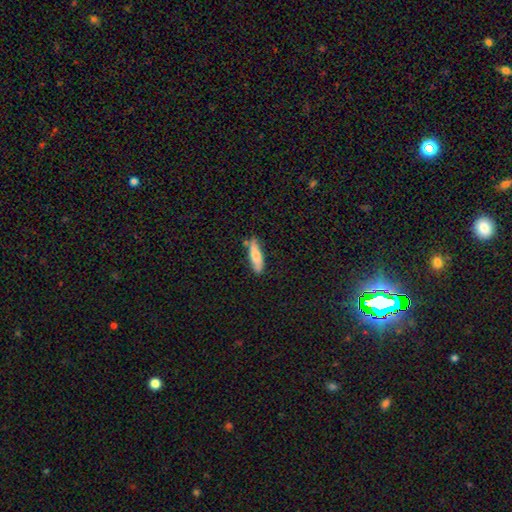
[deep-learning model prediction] Smooth or featured?
  - smooth: 73% *
  - featured or disk: 21%
  - star or artifact: 6%
How rounded?
  - cigar-shaped: 62% *
  - in between: 36%
  - round: 2%
Merging?
  - none: 73% *
  - minor disturbance: 19%
  - merger: 5%
  - major disturbance: 3%